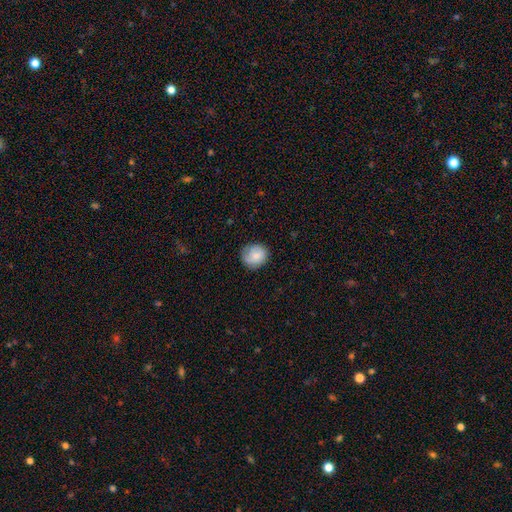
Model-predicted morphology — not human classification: Smooth or featured: smooth — 77% (featured or disk — 16%)
How rounded: round — 80% (in between — 19%)
Merging: none — 75% (minor disturbance — 19%)